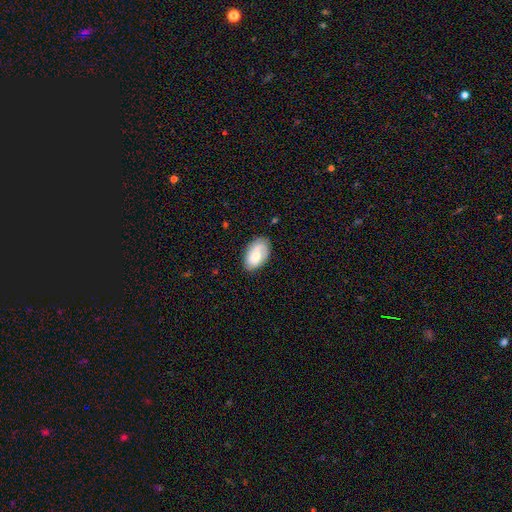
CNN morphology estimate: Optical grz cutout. It shows a smooth galaxy with no disk features (62%) that is in between round and cigar-shaped (92%). Merging: none (77%).